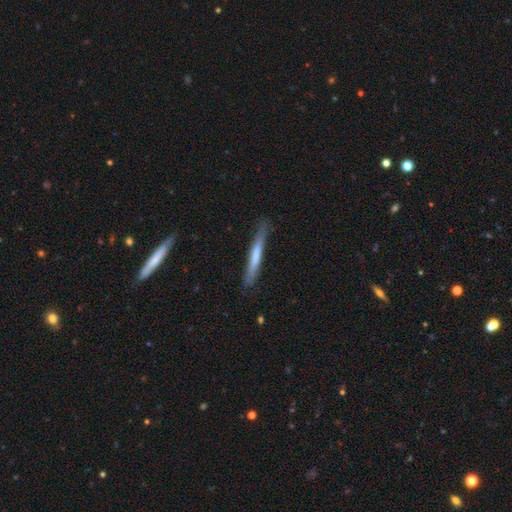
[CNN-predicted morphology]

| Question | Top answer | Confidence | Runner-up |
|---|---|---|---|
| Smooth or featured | smooth | 60% | featured or disk (35%) |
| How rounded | cigar-shaped | 96% | in between (3%) |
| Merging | none | 80% | minor disturbance (15%) |